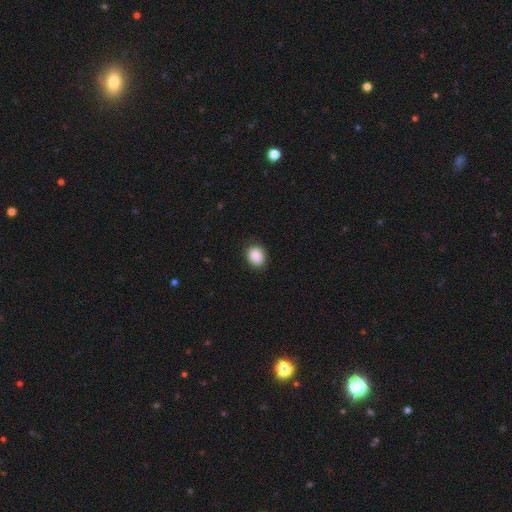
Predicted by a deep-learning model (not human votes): A smooth galaxy with no disk features (87%) that is round (59%).

Vote fractions:
- Smooth or featured? smooth: 87% / star or artifact: 8% / featured or disk: 5%
- How rounded? round: 59% / in between: 40% / cigar-shaped: 1%
- Merging? none: 84% / minor disturbance: 12% / major disturbance: 3% / merger: 1%